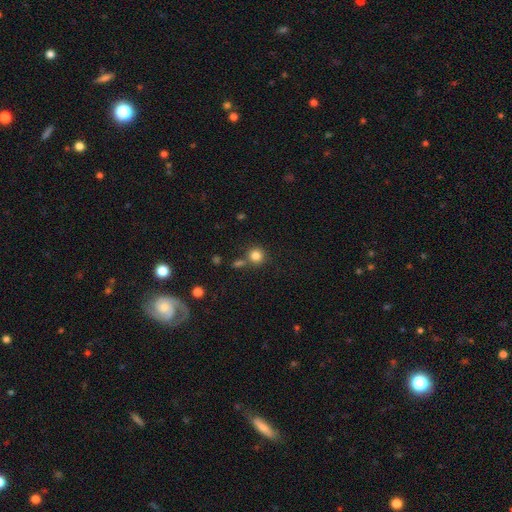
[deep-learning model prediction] Smooth or featured?
  - smooth: 83% *
  - star or artifact: 12%
  - featured or disk: 6%
How rounded?
  - round: 92% *
  - in between: 7%
  - cigar-shaped: 1%
Merging?
  - none: 72% *
  - merger: 15%
  - minor disturbance: 9%
  - major disturbance: 3%